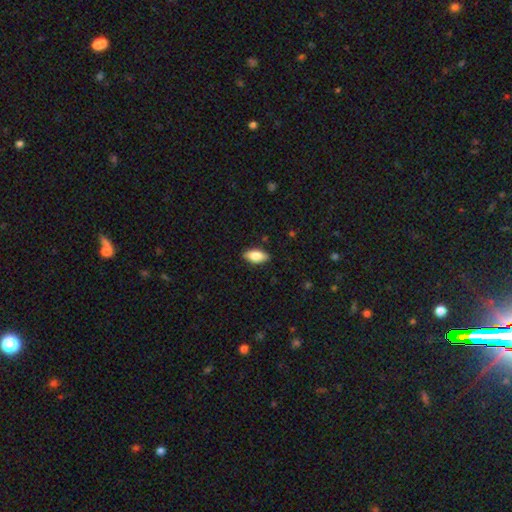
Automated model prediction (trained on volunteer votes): smooth 82%, featured or disk 11%, star or artifact 7%. Down the decision tree: how rounded — in between (89%); merging — none (88%).